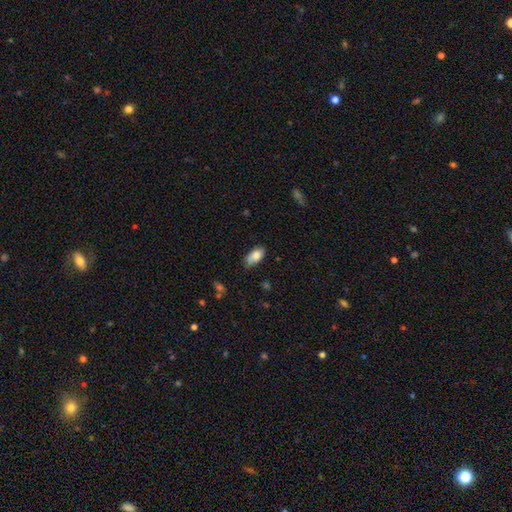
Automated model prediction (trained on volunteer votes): A smooth galaxy with no disk features (82%) that is in between round and cigar-shaped (90%). Merging: none (68%).